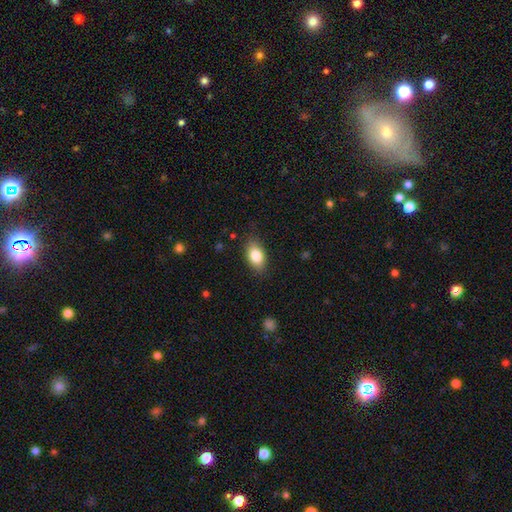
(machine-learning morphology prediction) Smooth or featured?
  - smooth: 83% *
  - featured or disk: 9%
  - star or artifact: 7%
How rounded?
  - in between: 89% *
  - round: 8%
  - cigar-shaped: 3%
Merging?
  - none: 82% *
  - minor disturbance: 14%
  - major disturbance: 3%
  - merger: 1%